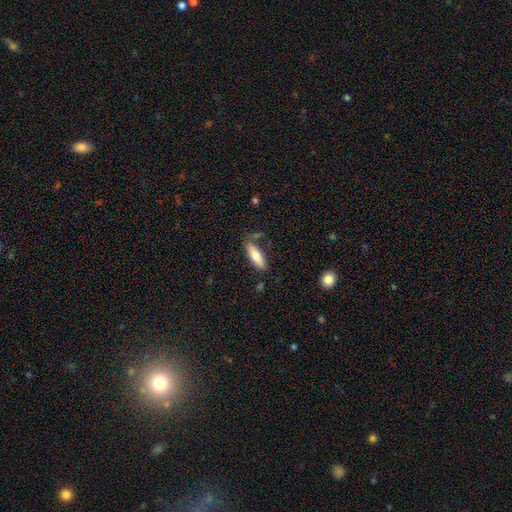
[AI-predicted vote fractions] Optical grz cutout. It shows a smooth galaxy with no disk features (74%) that is cigar-shaped (50%). Merging: none (74%).